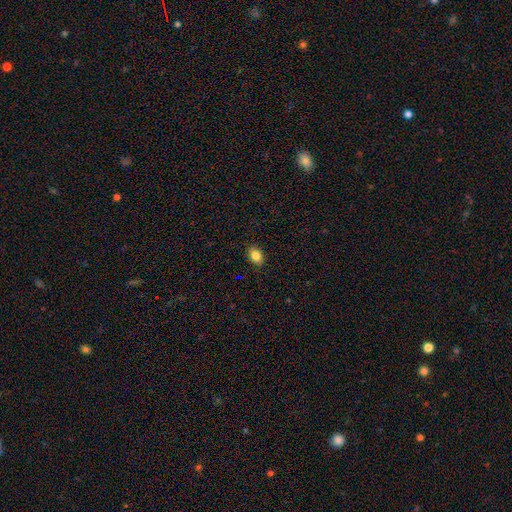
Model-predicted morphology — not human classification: The model was most divided on "how rounded": in between: 79%, round: 20%, cigar-shaped: 1%. More confident: merging — none (88%); smooth or featured — smooth (84%).